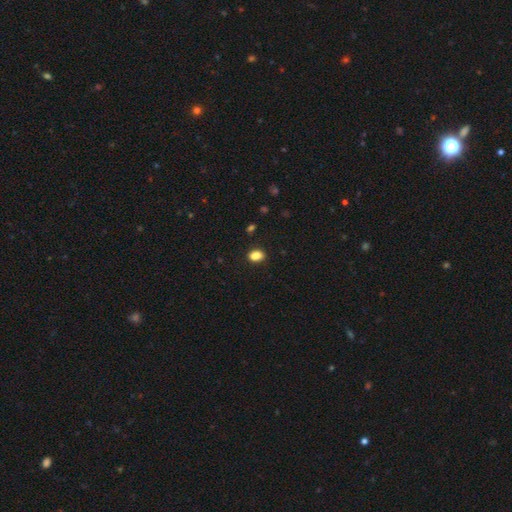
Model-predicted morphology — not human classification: This appears to be a smooth galaxy with no disk features (85%) that is in between round and cigar-shaped (76%). Merging: none (78%).